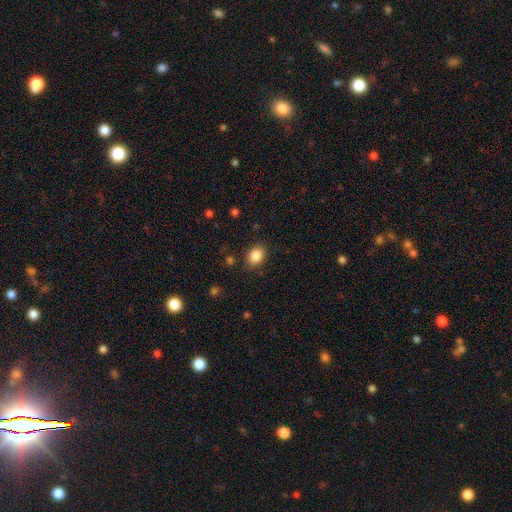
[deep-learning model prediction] This appears to be a smooth galaxy with no disk features (86%) that is in between round and cigar-shaped (56%). Merging: none (86%).